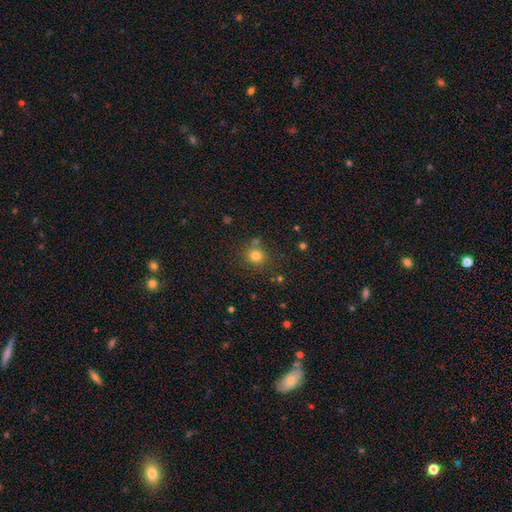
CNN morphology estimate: A smooth galaxy with no disk features (80%) that is round (90%).

Vote fractions:
- Smooth or featured? smooth: 80% / star or artifact: 14% / featured or disk: 6%
- How rounded? round: 90% / in between: 9% / cigar-shaped: 1%
- Merging? none: 79% / minor disturbance: 10% / merger: 8% / major disturbance: 3%